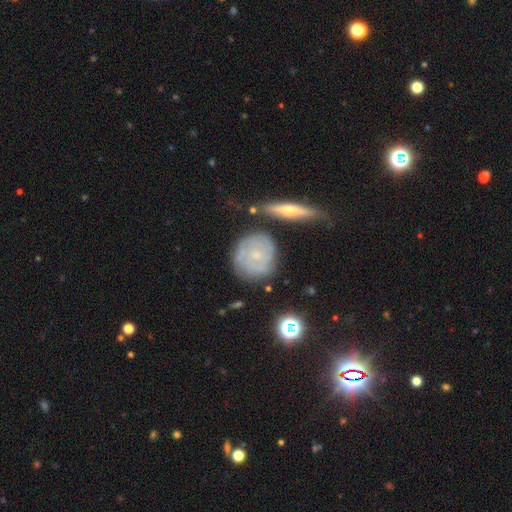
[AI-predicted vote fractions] This appears to be a featured or disk galaxy (63%) with no bar (76%), spiral arms (79%) and a small central bulge (66%). Merging: none (69%).